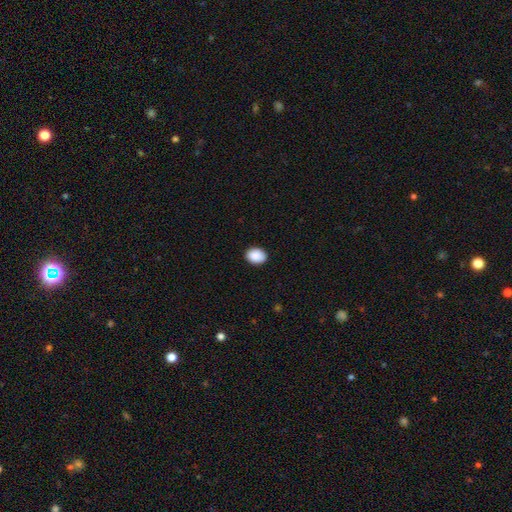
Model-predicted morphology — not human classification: This is clearly a smooth galaxy (90%). How rounded: likely in between (65%). Merging: clearly none (89%).